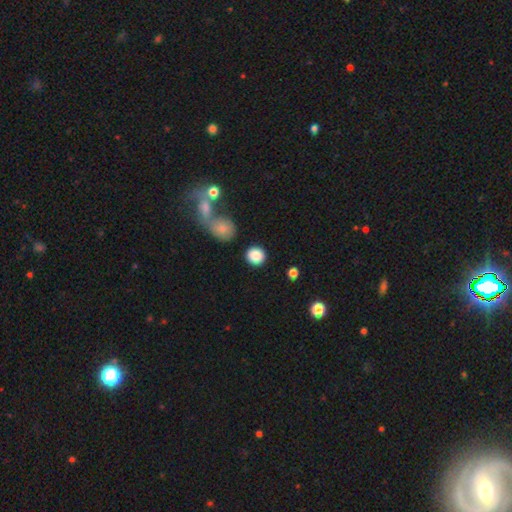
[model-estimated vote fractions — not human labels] smooth_or_featured: smooth (p=0.86) [alt: star or artifact p=0.08]
how_rounded: round (p=0.89) [alt: in between p=0.09]
merging: none (p=0.85) [alt: minor disturbance p=0.07]